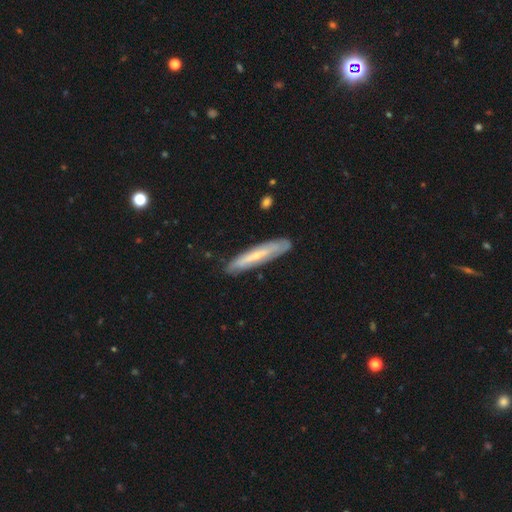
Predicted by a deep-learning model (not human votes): Smooth or featured?
  - featured or disk: 55% *
  - smooth: 38%
  - star or artifact: 7%
Edge-on disk?
  - yes: 64% *
  - no: 36%
Merging?
  - none: 81% *
  - minor disturbance: 14%
  - major disturbance: 3%
  - merger: 2%